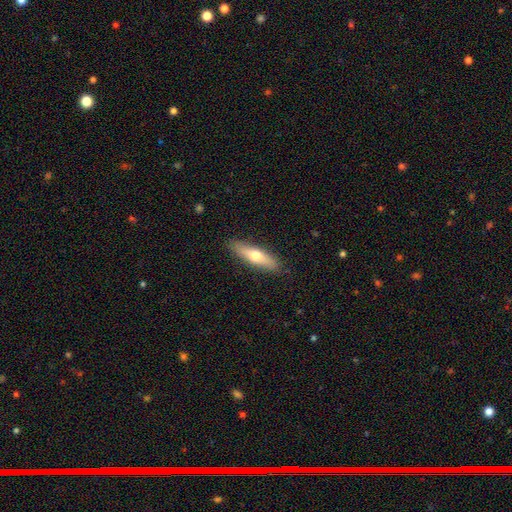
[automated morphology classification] A smooth galaxy with no disk features (58%) that is cigar-shaped (67%).

Vote fractions:
- Smooth or featured? smooth: 58% / featured or disk: 36% / star or artifact: 6%
- How rounded? cigar-shaped: 67% / in between: 31% / round: 2%
- Merging? none: 88% / minor disturbance: 9% / major disturbance: 2% / merger: 1%